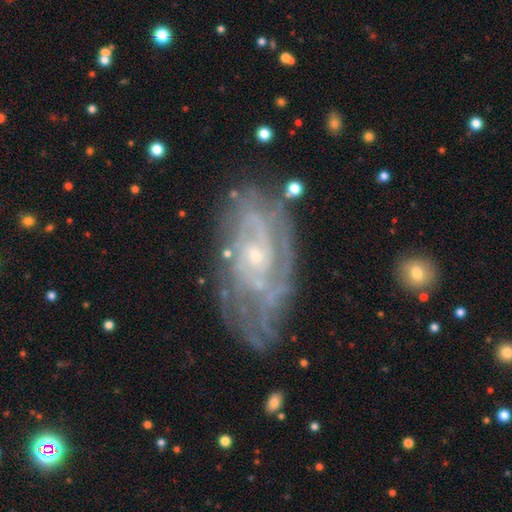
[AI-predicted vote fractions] Smooth or featured? Predicted: featured or disk (p=0.85). Edge-on disk? Predicted: no (p=0.94). Bar? Predicted: no (p=0.67). Spiral arms? Predicted: yes (p=0.93). Spiral winding? Predicted: tight (p=0.64). Spiral arm count? Predicted: can't tell (p=0.41). Bulge size? Predicted: small (p=0.74). Merging? Predicted: none (p=0.67).